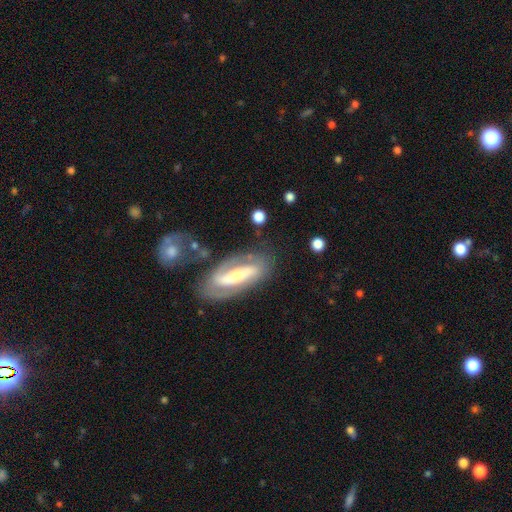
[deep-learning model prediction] smooth-or-featured: featured or disk: 71% | smooth: 21% | star or artifact: 8%
  disk-edge-on: no: 77% | yes: 23%
    bar: strong: 50% | weak: 30% | no: 20%
    has-spiral-arms: yes: 76% | no: 24%
    bulge-size: moderate: 48% | small: 31% | large: 13% | none: 6% | dominant: 2%
  merging: none: 63% | minor disturbance: 18% | major disturbance: 11% | merger: 9%